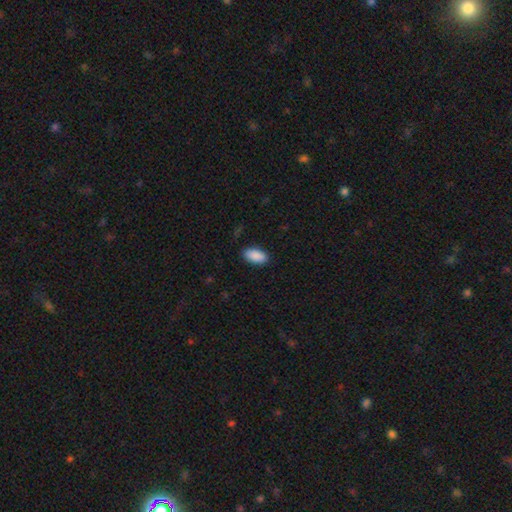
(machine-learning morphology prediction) smooth 91%, star or artifact 6%, featured or disk 3%. Down the decision tree: how rounded — in between (94%); merging — none (88%).